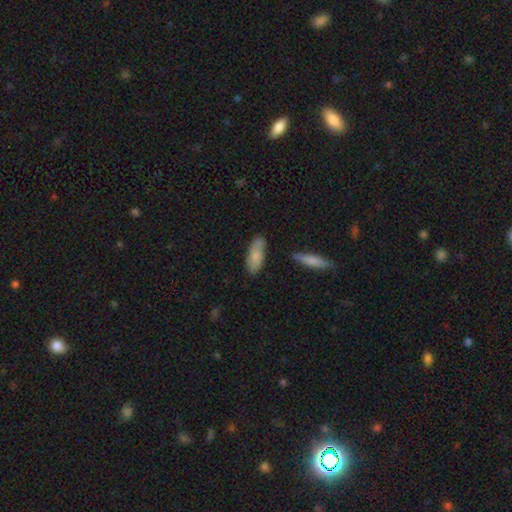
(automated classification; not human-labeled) Smooth or featured? Predicted: smooth (p=0.77). How rounded? Predicted: in between (p=0.72). Merging? Predicted: none (p=0.71).